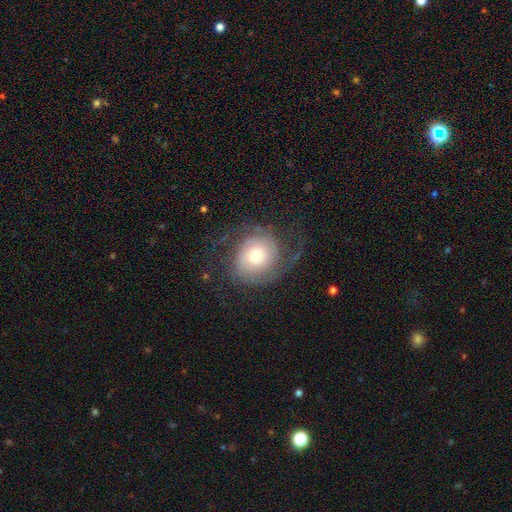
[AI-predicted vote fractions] Smooth or featured?
  - featured or disk: 71% *
  - smooth: 22%
  - star or artifact: 7%
Edge-on disk?
  - no: 97% *
  - yes: 3%
Bar?
  - no: 75% *
  - weak: 21%
  - strong: 4%
Spiral arms?
  - yes: 91% *
  - no: 9%
Spiral winding?
  - tight: 38% * (tied)
  - medium: 38% * (tied)
  - loose: 24%
Spiral arm count?
  - 2: 64% *
  - can't tell: 16%
  - 3: 7%
  - 1: 7%
  - 4: 3%
  - more than 4: 3%
Bulge size?
  - moderate: 49% *
  - small: 28%
  - large: 17%
  - dominant: 4%
  - none: 2%
Merging?
  - none: 63% *
  - major disturbance: 19%
  - minor disturbance: 16%
  - merger: 1%